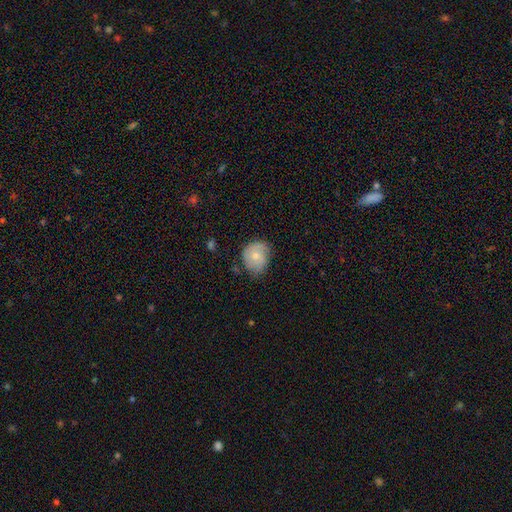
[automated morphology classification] Smooth or featured?
  - smooth: 54% *
  - featured or disk: 39%
  - star or artifact: 7%
How rounded?
  - round: 68% *
  - in between: 31%
  - cigar-shaped: 1%
Merging?
  - none: 59% *
  - minor disturbance: 31%
  - major disturbance: 8%
  - merger: 2%